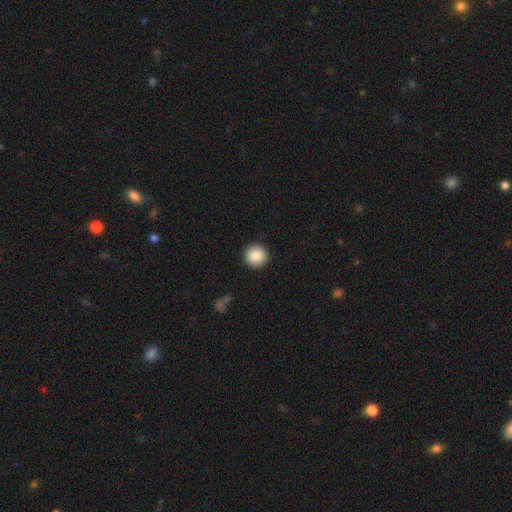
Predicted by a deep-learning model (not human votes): A smooth galaxy with no disk features (87%) that is round (95%).

Vote fractions:
- Smooth or featured? smooth: 87% / star or artifact: 8% / featured or disk: 5%
- How rounded? round: 95% / in between: 4% / cigar-shaped: 1%
- Merging? none: 92% / minor disturbance: 5% / major disturbance: 2% / merger: 1%